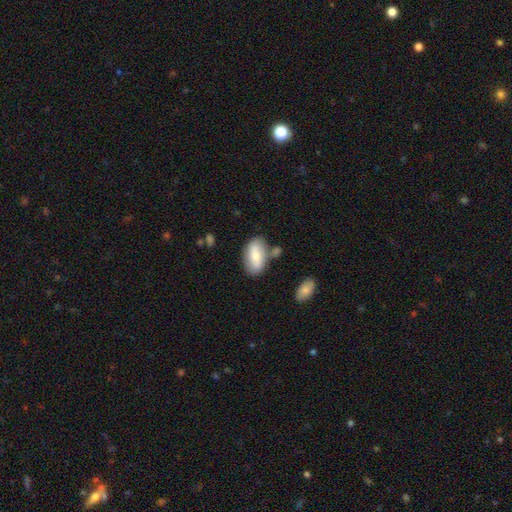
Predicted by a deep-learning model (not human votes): smooth-or-featured: smooth: 64% | featured or disk: 29% | star or artifact: 6%
  how-rounded: in between: 91% | round: 5% | cigar-shaped: 4%
  merging: none: 67% | minor disturbance: 17% | merger: 11% | major disturbance: 5%